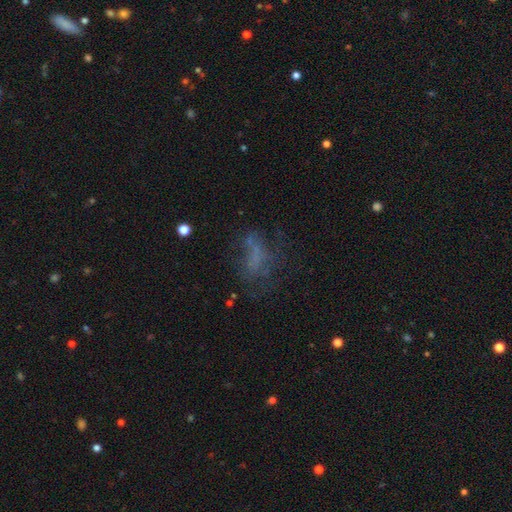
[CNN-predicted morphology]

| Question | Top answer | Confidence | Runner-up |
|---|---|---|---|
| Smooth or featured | smooth | 39% | featured or disk (34%) |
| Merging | none | 43% | major disturbance (33%) |